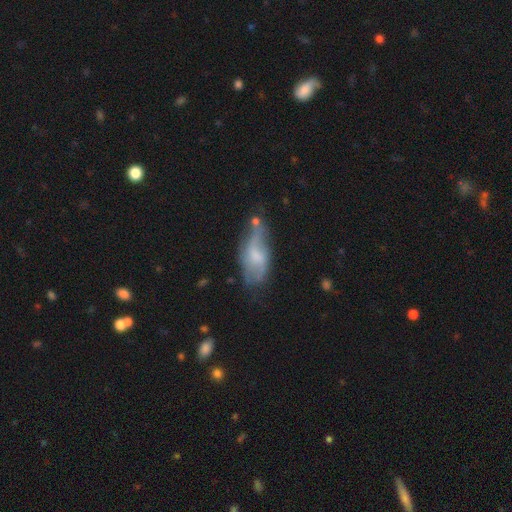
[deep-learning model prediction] A featured or disk galaxy (52%).

Vote fractions:
- Smooth or featured? featured or disk: 52% / smooth: 40% / star or artifact: 8%
- Edge-on disk? no: 87% / yes: 13%
- Merging? none: 39% / minor disturbance: 32% / major disturbance: 19% / merger: 10%